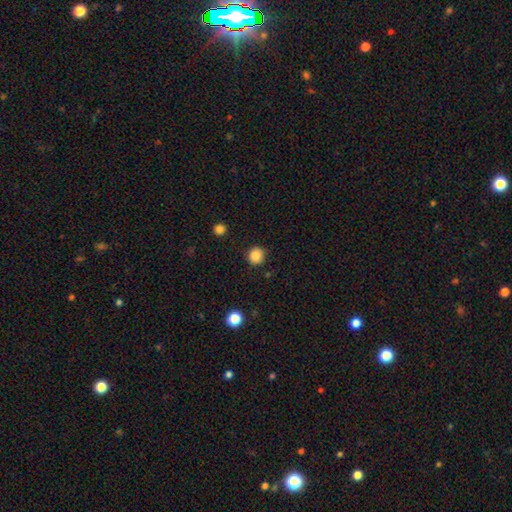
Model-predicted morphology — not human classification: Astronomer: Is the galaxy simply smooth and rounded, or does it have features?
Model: smooth — 87%.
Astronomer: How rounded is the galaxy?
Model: round — 93%.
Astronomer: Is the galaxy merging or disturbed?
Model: none — 90%.